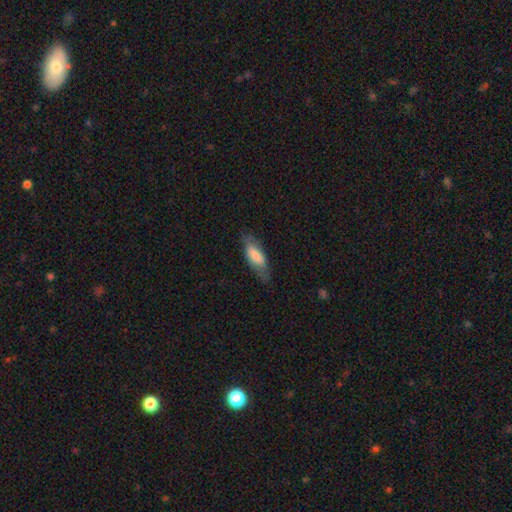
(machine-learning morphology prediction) Smooth or featured: smooth — 64% (featured or disk — 30%)
How rounded: in between — 60% (cigar-shaped — 38%)
Merging: none — 73% (minor disturbance — 19%)